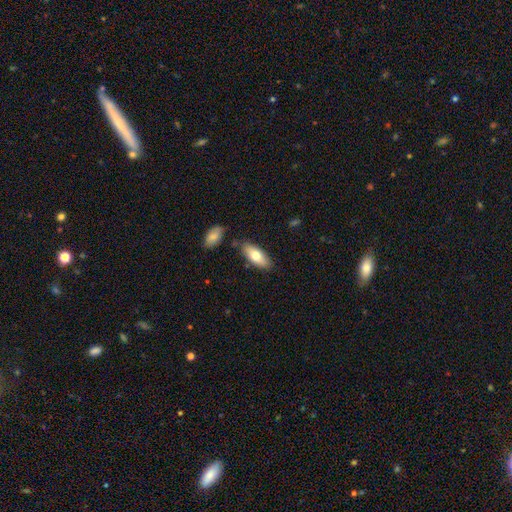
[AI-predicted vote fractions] smooth-or-featured: smooth: 74% | featured or disk: 20% | star or artifact: 6%
  how-rounded: in between: 81% | cigar-shaped: 17% | round: 2%
  merging: none: 82% | minor disturbance: 12% | merger: 4% | major disturbance: 2%